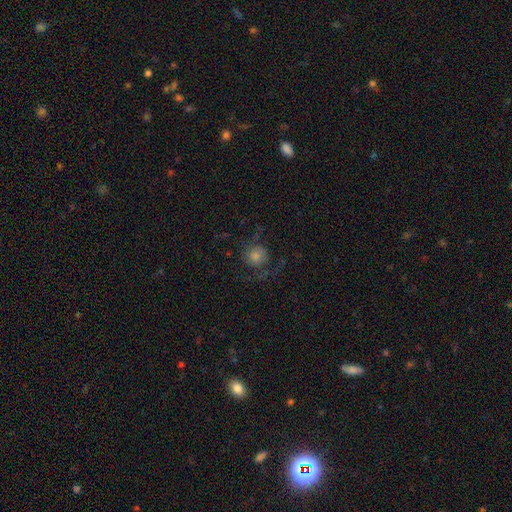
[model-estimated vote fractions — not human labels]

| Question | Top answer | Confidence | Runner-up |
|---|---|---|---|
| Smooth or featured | featured or disk | 49% | smooth (37%) |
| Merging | none | 60% | major disturbance (23%) |